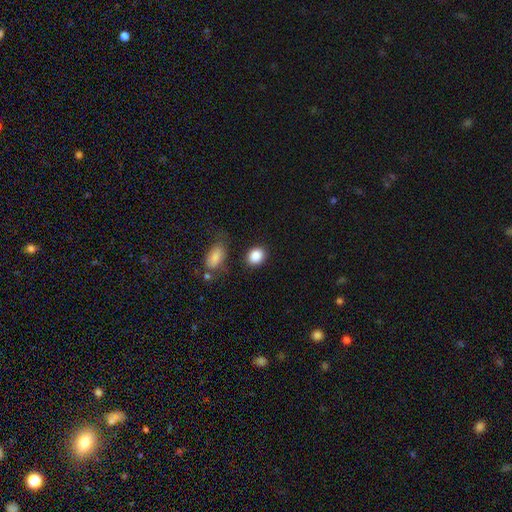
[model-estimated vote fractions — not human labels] This is clearly a smooth galaxy (88%). How rounded: possibly round (52%). Merging: clearly none (80%).